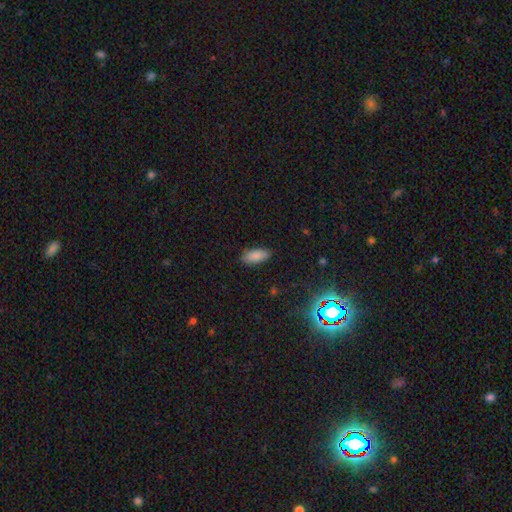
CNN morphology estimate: smooth_or_featured: smooth (p=0.86) [alt: star or artifact p=0.08]
how_rounded: in between (p=0.86) [alt: cigar-shaped p=0.12]
merging: none (p=0.84) [alt: minor disturbance p=0.12]